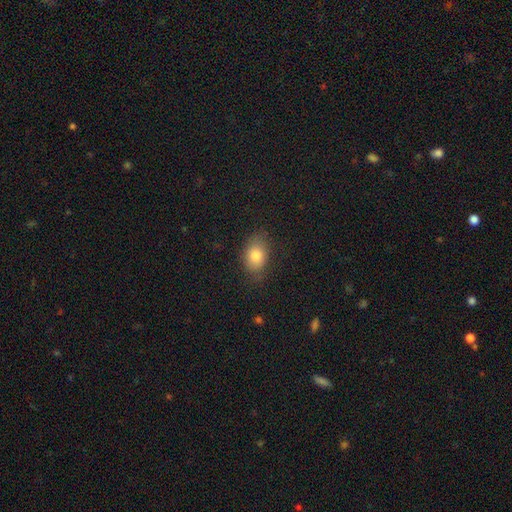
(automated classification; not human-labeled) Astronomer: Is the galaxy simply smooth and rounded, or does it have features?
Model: smooth — 81%.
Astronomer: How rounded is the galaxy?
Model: in between — 75%.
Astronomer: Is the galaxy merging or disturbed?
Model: none — 77%.